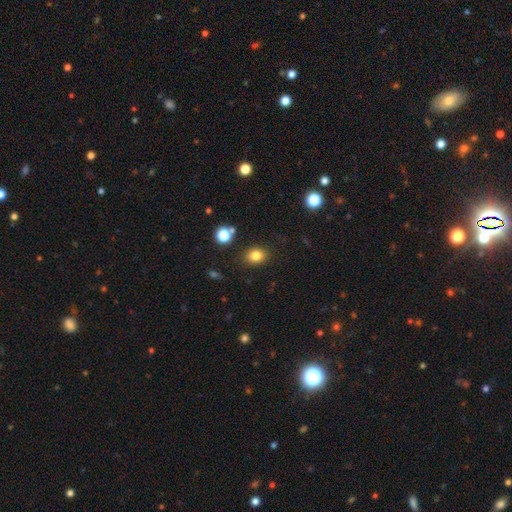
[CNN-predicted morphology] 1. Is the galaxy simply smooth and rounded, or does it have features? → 81% smooth, 12% star or artifact, 7% featured or disk.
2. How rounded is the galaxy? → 51% in between, 48% round, 1% cigar-shaped.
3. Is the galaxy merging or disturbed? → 86% none, 9% minor disturbance, 3% major disturbance, 3% merger.